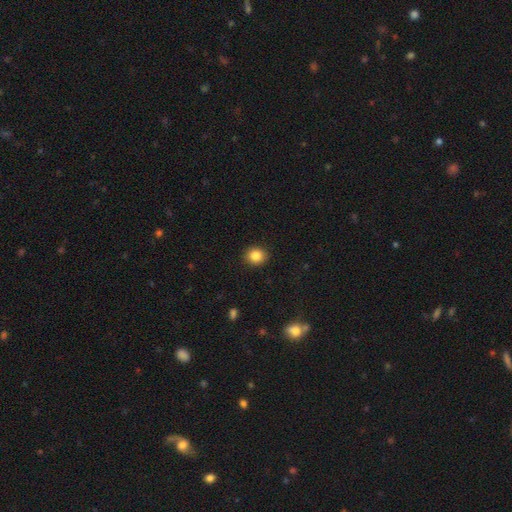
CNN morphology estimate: Q: Smooth or featured?
A: smooth (85%); runner-up: star or artifact (10%)
Q: How rounded?
A: round (75%); runner-up: in between (24%)
Q: Merging?
A: none (90%); runner-up: minor disturbance (7%)